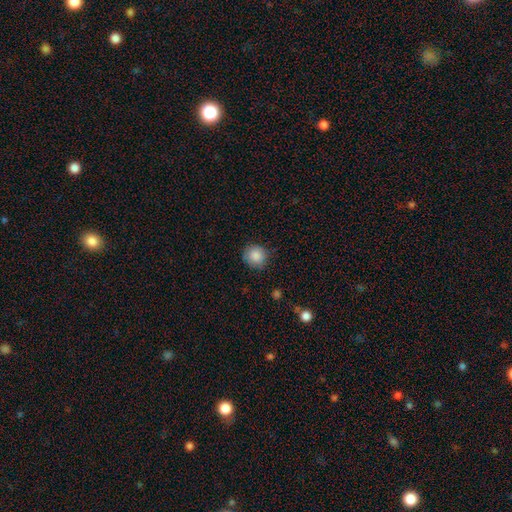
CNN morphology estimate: Smooth or featured? smooth (86%)
How rounded? round (90%)
Merging? none (82%)